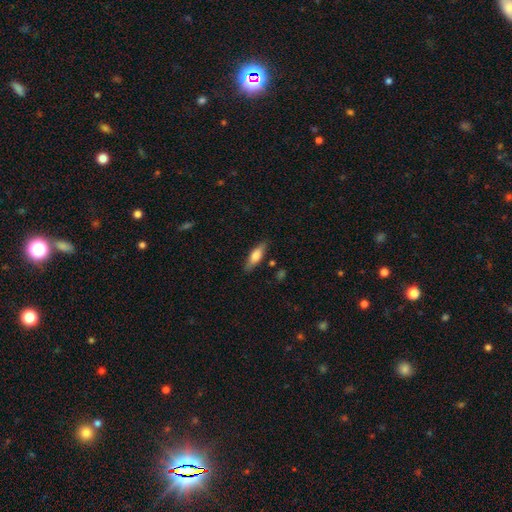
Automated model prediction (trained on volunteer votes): The model was most divided on "how rounded": cigar-shaped: 50%, in between: 47%, round: 2%. More confident: merging — none (84%); smooth or featured — smooth (64%).